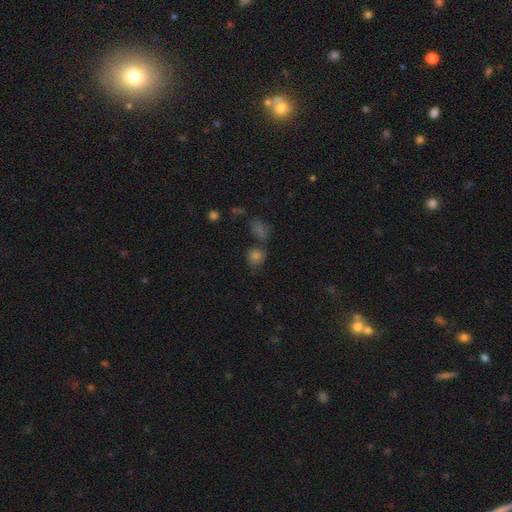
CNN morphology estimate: type=smooth (68%); roundness=round (71%); merging=none (56%).